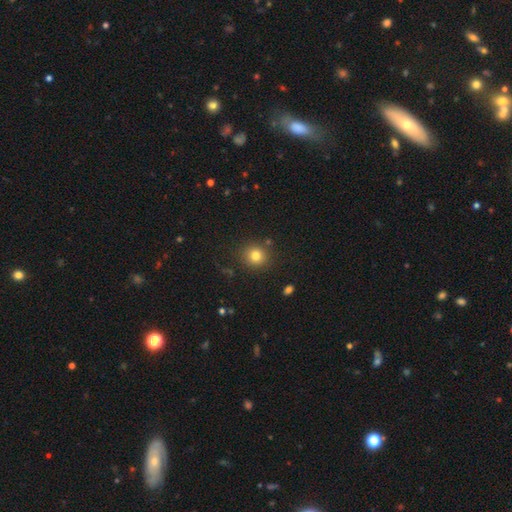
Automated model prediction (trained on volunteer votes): A smooth galaxy with no disk features (79%) that is round (88%). Merging: none (86%).